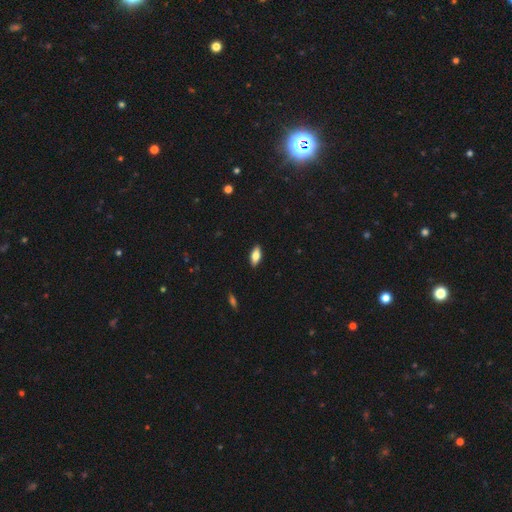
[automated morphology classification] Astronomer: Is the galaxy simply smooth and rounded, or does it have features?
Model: smooth — 73%.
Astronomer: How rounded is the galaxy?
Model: in between — 83%.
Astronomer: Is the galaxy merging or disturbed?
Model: none — 89%.